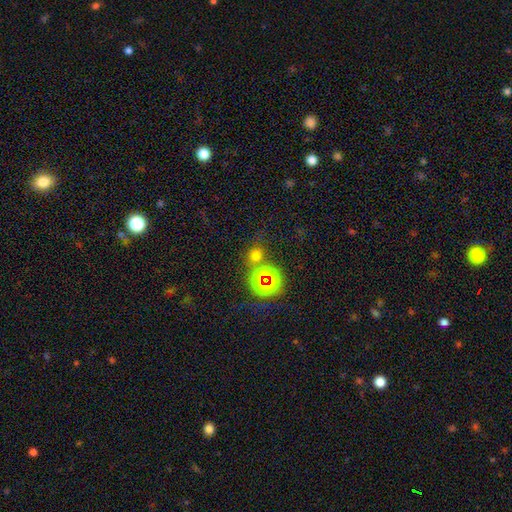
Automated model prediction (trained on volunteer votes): Smooth or featured? Predicted: smooth (p=0.56). How rounded? Predicted: round (p=0.82). Merging? Predicted: none (p=0.70).